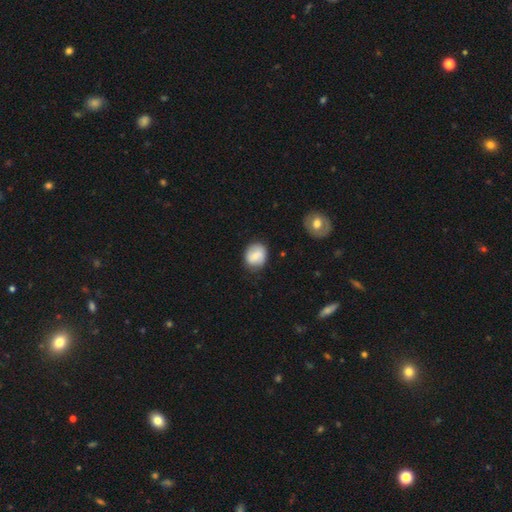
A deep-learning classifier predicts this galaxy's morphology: A smooth galaxy with no disk features (64%) that is round (70%). Merging: none (78%).